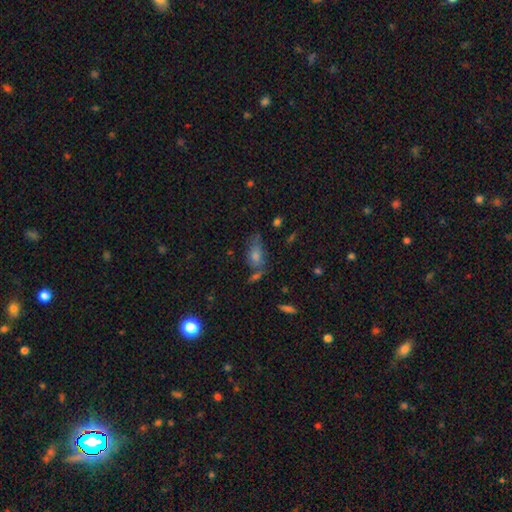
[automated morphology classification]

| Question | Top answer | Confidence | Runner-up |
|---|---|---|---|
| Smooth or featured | smooth | 55% | featured or disk (24%) |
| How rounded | in between | 76% | round (13%) |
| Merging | none | 54% | minor disturbance (22%) |